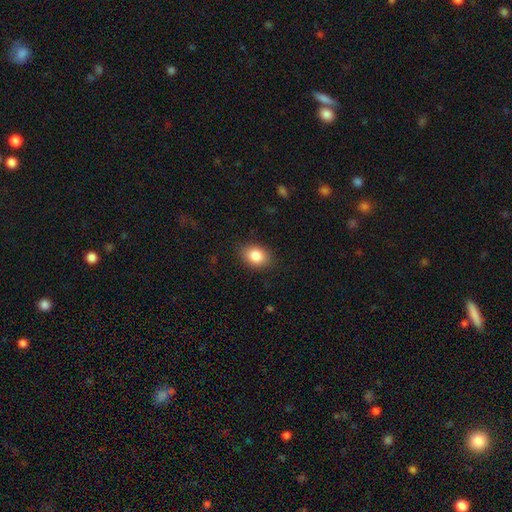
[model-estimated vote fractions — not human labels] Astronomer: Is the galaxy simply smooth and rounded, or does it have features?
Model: smooth — 85%.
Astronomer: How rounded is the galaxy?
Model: in between — 67%.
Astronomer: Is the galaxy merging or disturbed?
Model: none — 86%.